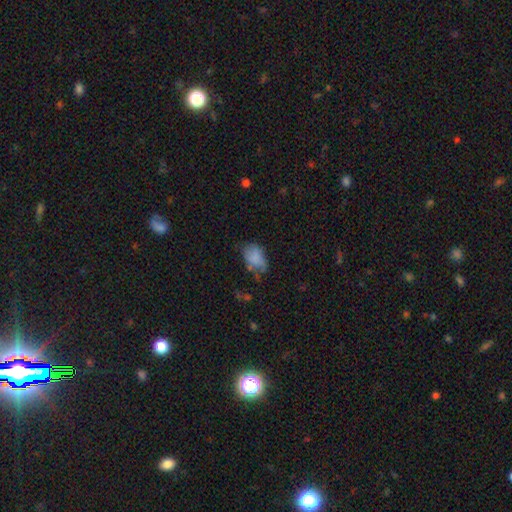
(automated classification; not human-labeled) This appears to be a smooth galaxy with no disk features (77%) that is in between round and cigar-shaped (83%). Merging: none (42%).